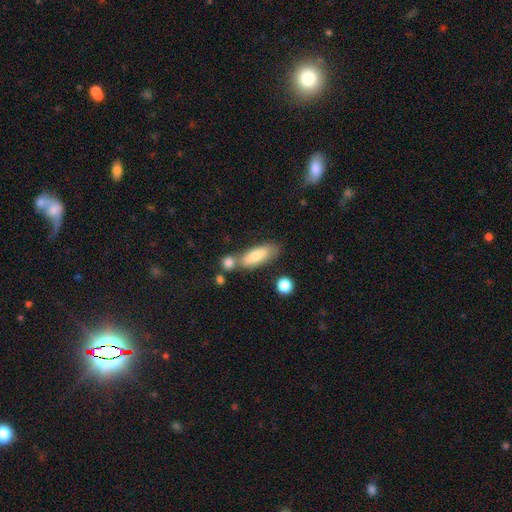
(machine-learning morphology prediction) smooth 74%, featured or disk 19%, star or artifact 7%. Down the decision tree: how rounded — in between (66%); merging — none (57%).